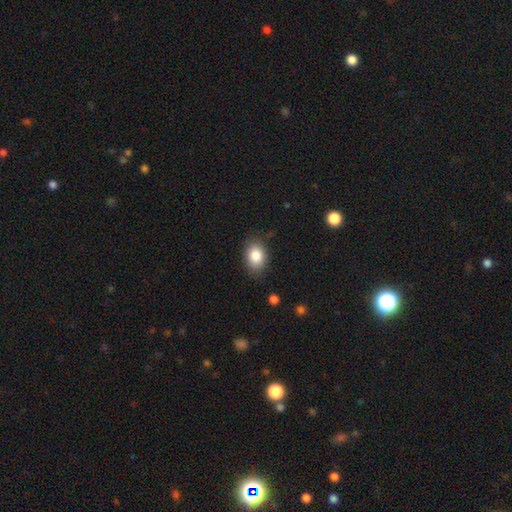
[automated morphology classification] A smooth galaxy with no disk features (85%) that is in between round and cigar-shaped (77%).

Vote fractions:
- Smooth or featured? smooth: 85% / star or artifact: 8% / featured or disk: 7%
- How rounded? in between: 77% / round: 22% / cigar-shaped: 1%
- Merging? none: 81% / minor disturbance: 14% / major disturbance: 4% / merger: 1%